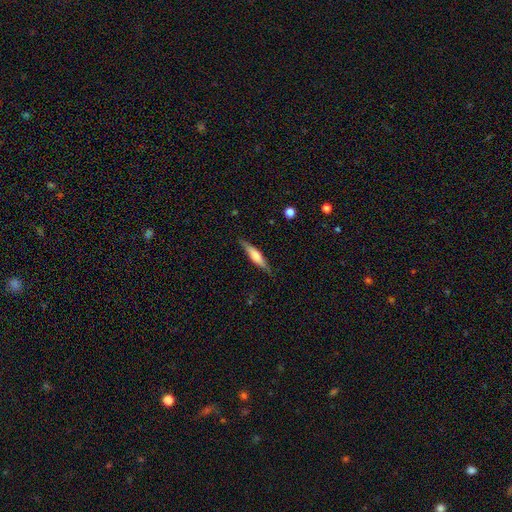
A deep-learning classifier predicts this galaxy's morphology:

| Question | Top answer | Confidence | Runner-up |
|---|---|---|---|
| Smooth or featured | smooth | 52% | featured or disk (41%) |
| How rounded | cigar-shaped | 81% | in between (17%) |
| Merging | none | 83% | minor disturbance (13%) |